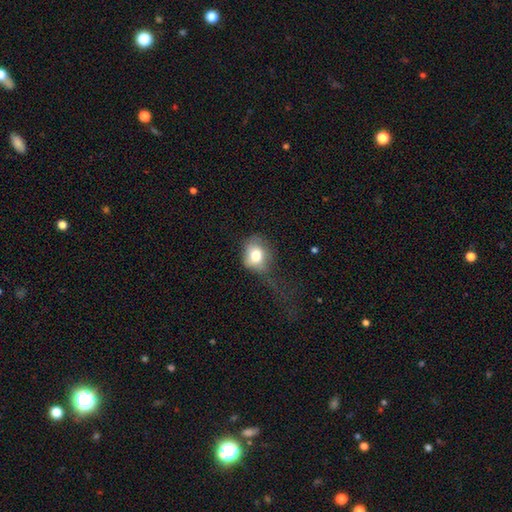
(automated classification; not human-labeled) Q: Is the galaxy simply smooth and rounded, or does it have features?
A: smooth — 73%.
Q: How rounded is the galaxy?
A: round — 61%.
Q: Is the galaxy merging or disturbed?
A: none — 36%.